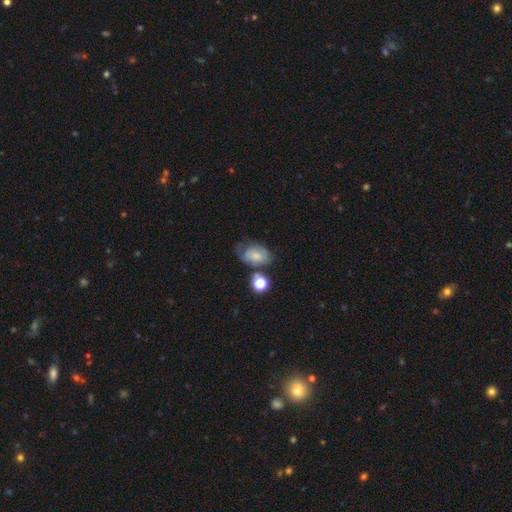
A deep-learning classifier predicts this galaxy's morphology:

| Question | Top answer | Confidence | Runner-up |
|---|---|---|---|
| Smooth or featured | smooth | 60% | featured or disk (29%) |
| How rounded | in between | 75% | round (24%) |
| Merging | none | 40% | minor disturbance (30%) |